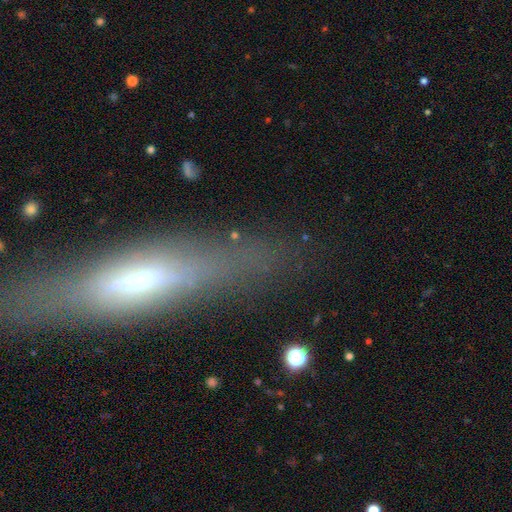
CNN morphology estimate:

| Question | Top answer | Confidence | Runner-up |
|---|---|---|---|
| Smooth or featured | featured or disk | 52% | smooth (34%) |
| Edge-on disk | yes | 75% | no (25%) |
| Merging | none | 73% | minor disturbance (15%) |